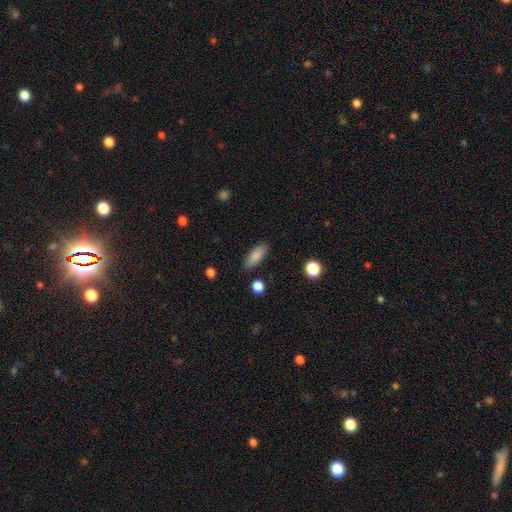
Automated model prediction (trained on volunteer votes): smooth-or-featured: smooth: 86% | star or artifact: 7% | featured or disk: 7%
  how-rounded: in between: 70% | cigar-shaped: 28% | round: 2%
  merging: none: 86% | minor disturbance: 9% | major disturbance: 2% | merger: 2%